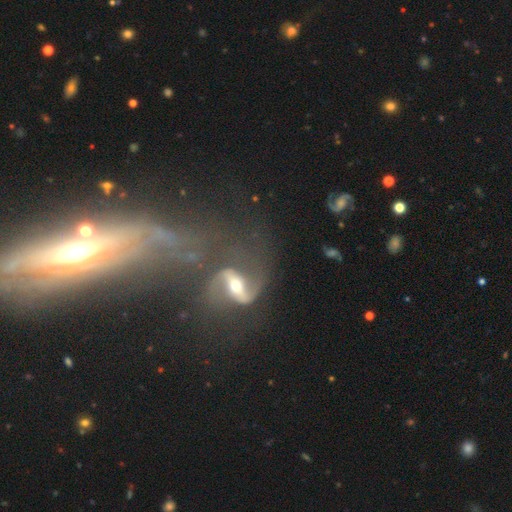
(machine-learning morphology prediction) Overall: featured or disk (69%). Edge-on disk: no (84%). Bar: no (43%; weak 35%). Spiral arms: yes (68%; no 32%). Bulge size: moderate (54%; small 25%). Merging: merger (47%; none 23%).